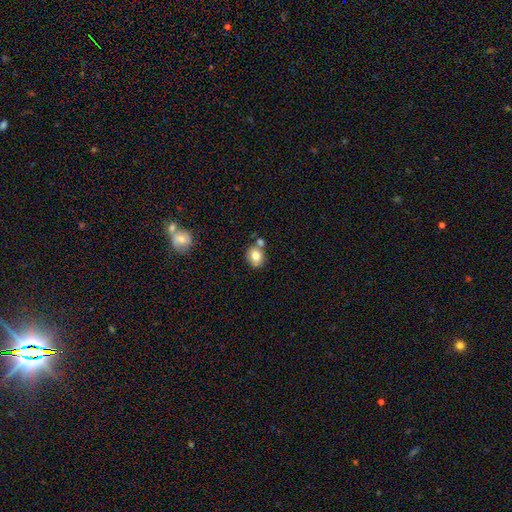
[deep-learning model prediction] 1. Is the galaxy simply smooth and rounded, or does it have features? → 81% smooth, 10% featured or disk, 9% star or artifact.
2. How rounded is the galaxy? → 60% round, 39% in between, 1% cigar-shaped.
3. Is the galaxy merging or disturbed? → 62% none, 20% merger, 14% minor disturbance, 4% major disturbance.